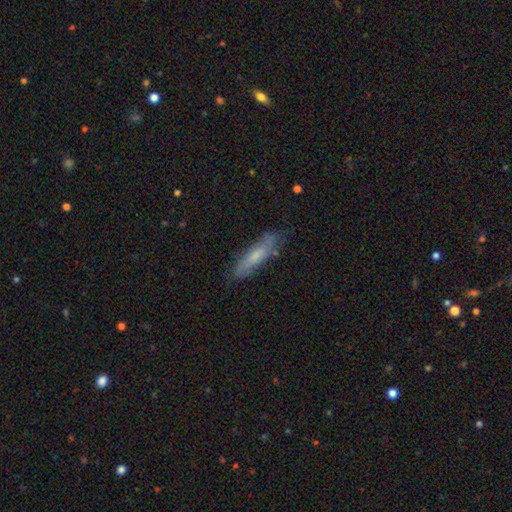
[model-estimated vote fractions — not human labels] This is possibly a smooth galaxy (60%). How rounded: likely cigar-shaped (77%). Merging: likely none (73%).